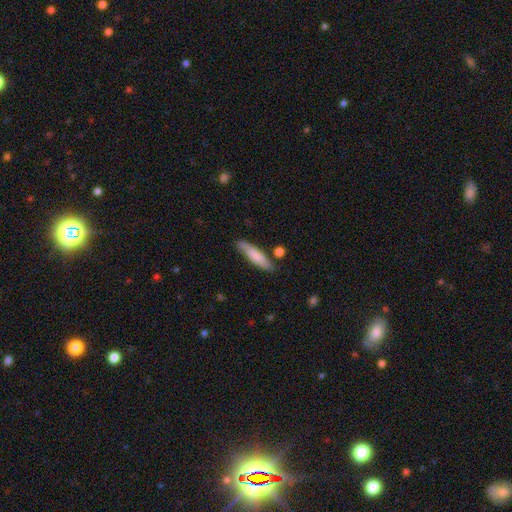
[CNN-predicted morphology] This appears to be a smooth galaxy with no disk features (74%) that is cigar-shaped (78%). Merging: none (78%).